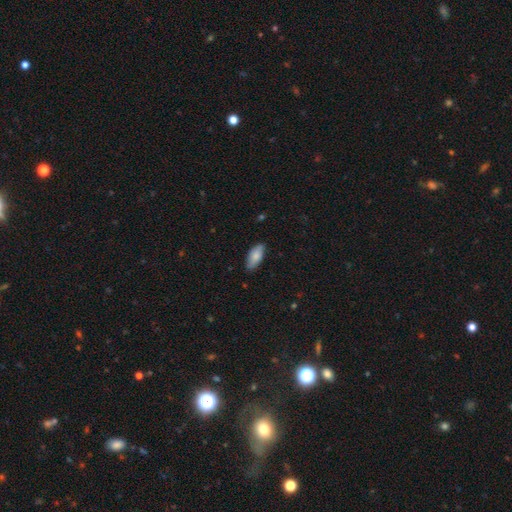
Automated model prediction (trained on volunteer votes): This is likely a smooth galaxy (79%). How rounded: clearly in between (87%). Merging: clearly none (82%).